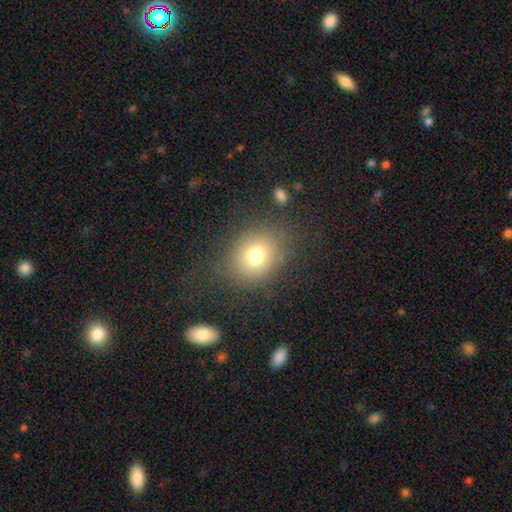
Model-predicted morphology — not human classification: Smooth or featured? Predicted: smooth (p=0.74). How rounded? Predicted: round (p=0.57). Merging? Predicted: none (p=0.75).